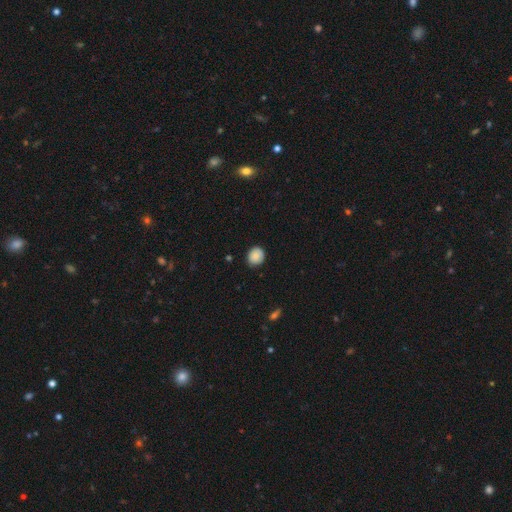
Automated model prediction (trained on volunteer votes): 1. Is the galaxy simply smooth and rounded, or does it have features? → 84% smooth, 8% star or artifact, 7% featured or disk.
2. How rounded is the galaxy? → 80% round, 20% in between, 1% cigar-shaped.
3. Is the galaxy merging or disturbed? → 85% none, 12% minor disturbance, 2% major disturbance, 1% merger.